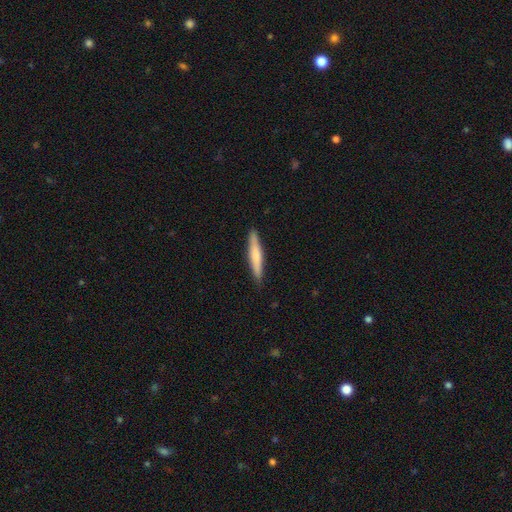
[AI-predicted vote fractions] Q: Smooth or featured?
A: smooth (64%); runner-up: featured or disk (31%)
Q: How rounded?
A: cigar-shaped (93%); runner-up: in between (6%)
Q: Merging?
A: none (89%); runner-up: minor disturbance (8%)